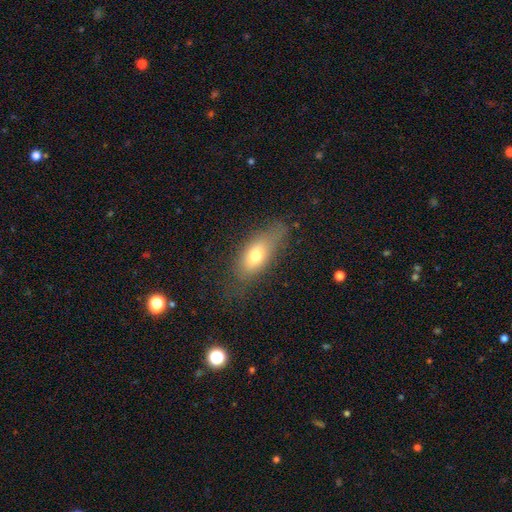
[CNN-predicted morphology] Q: Smooth or featured?
A: smooth (69%); runner-up: featured or disk (22%)
Q: How rounded?
A: in between (78%); runner-up: cigar-shaped (17%)
Q: Merging?
A: none (66%); runner-up: minor disturbance (22%)